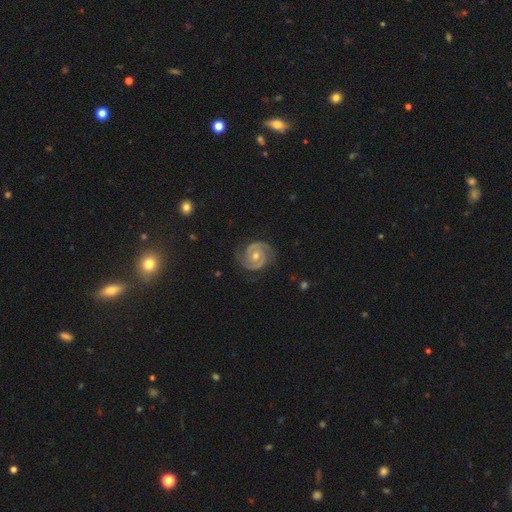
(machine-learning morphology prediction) Smooth or featured?
  - featured or disk: 91% *
  - star or artifact: 5%
  - smooth: 4%
Edge-on disk?
  - no: 98% *
  - yes: 2%
Bar?
  - no: 65% *
  - weak: 27%
  - strong: 9%
Spiral arms?
  - yes: 98% *
  - no: 2%
Spiral winding?
  - tight: 61% *
  - medium: 34%
  - loose: 5%
Spiral arm count?
  - 2: 92% *
  - 3: 3%
  - can't tell: 2%
  - 1: 1%
  - 4: 1%
  - more than 4: 1%
Bulge size?
  - moderate: 62% *
  - small: 34%
  - large: 2%
  - none: 1%
  - dominant: 1%
Merging?
  - none: 84% *
  - minor disturbance: 12%
  - major disturbance: 3%
  - merger: 1%